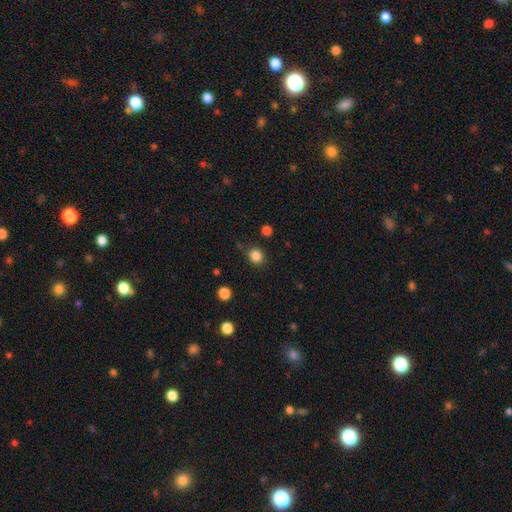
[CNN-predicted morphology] This appears to be a smooth galaxy with no disk features (85%) that is round (76%). Merging: none (83%).